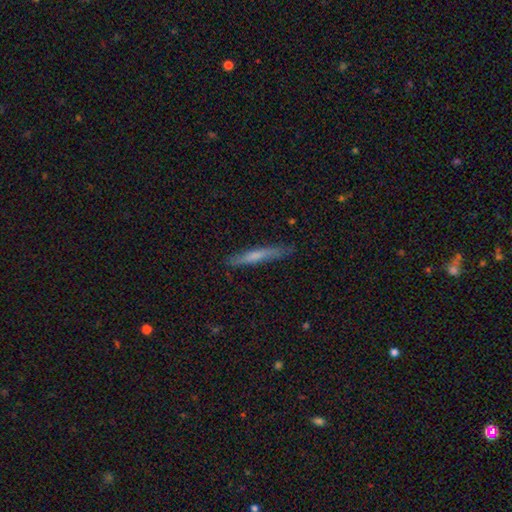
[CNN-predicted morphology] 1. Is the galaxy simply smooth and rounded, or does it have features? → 58% smooth, 36% featured or disk, 6% star or artifact.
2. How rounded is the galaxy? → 95% cigar-shaped, 4% in between, 1% round.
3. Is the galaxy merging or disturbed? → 85% none, 12% minor disturbance, 2% major disturbance, 1% merger.